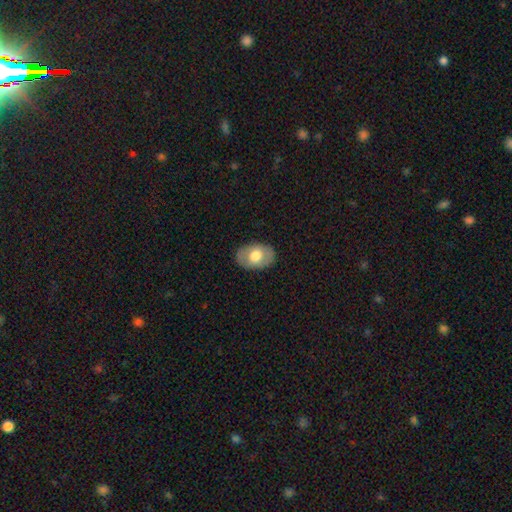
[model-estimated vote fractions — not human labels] Q: Smooth or featured?
A: smooth (65%); runner-up: featured or disk (29%)
Q: How rounded?
A: in between (85%); runner-up: round (14%)
Q: Merging?
A: none (85%); runner-up: minor disturbance (11%)